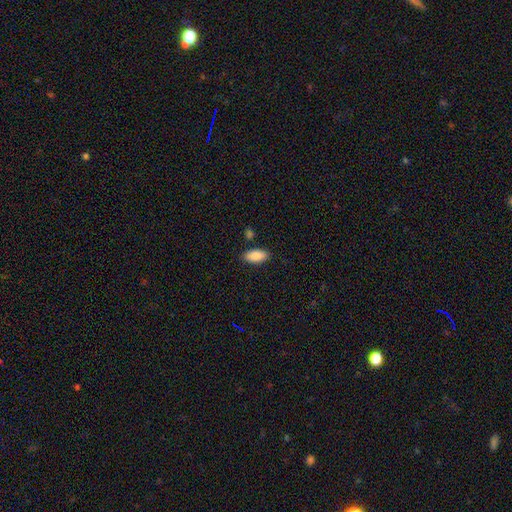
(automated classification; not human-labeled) Smooth or featured: smooth — 89% (star or artifact — 6%)
How rounded: in between — 91% (cigar-shaped — 6%)
Merging: none — 84% (minor disturbance — 10%)